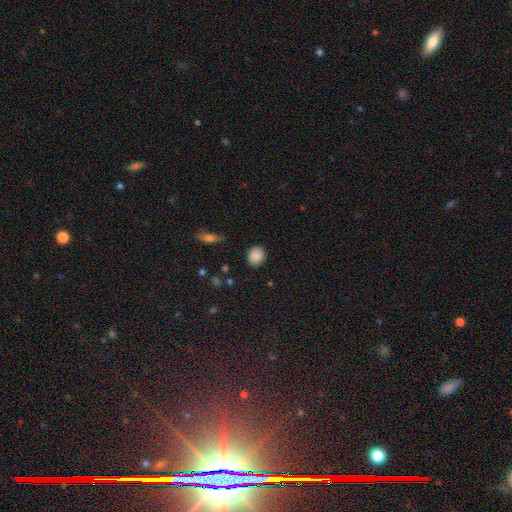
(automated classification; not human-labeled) This is clearly a smooth galaxy (88%). How rounded: likely round (68%). Merging: clearly none (87%).